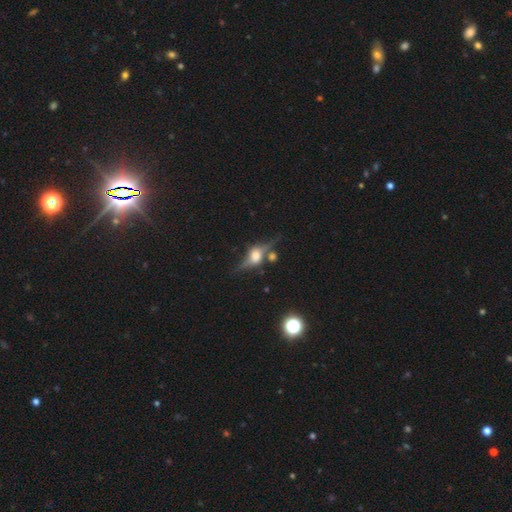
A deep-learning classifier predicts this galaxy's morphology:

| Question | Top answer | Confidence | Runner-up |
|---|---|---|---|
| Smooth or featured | featured or disk | 75% | smooth (16%) |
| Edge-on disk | yes | 91% | no (9%) |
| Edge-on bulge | rounded | 92% | boxy (6%) |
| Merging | none | 69% | minor disturbance (17%) |